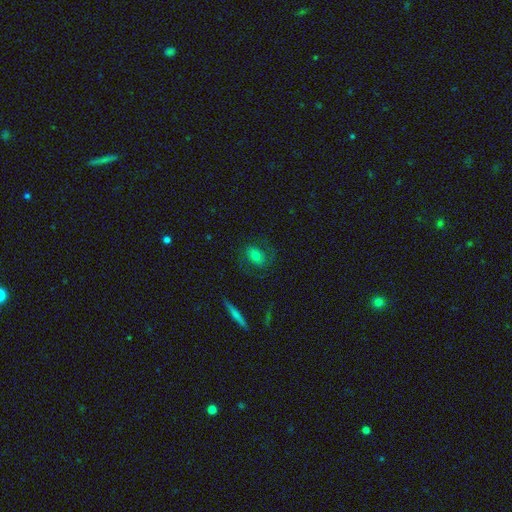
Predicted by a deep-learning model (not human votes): Smooth or featured? smooth (50%)
Merging? none (72%)